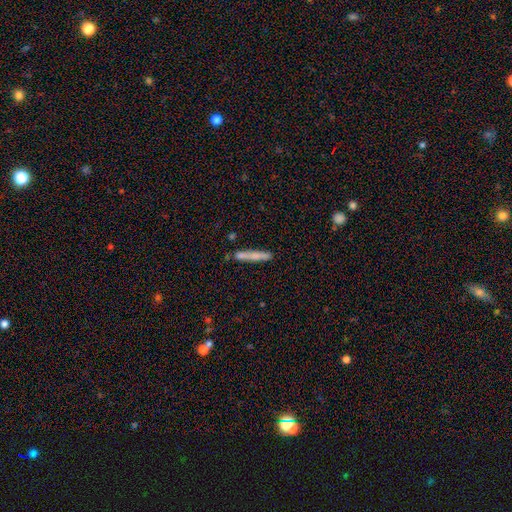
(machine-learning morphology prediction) The model was most divided on "smooth or featured": smooth: 72%, featured or disk: 22%, star or artifact: 6%. More confident: how rounded — cigar-shaped (94%); merging — none (76%).